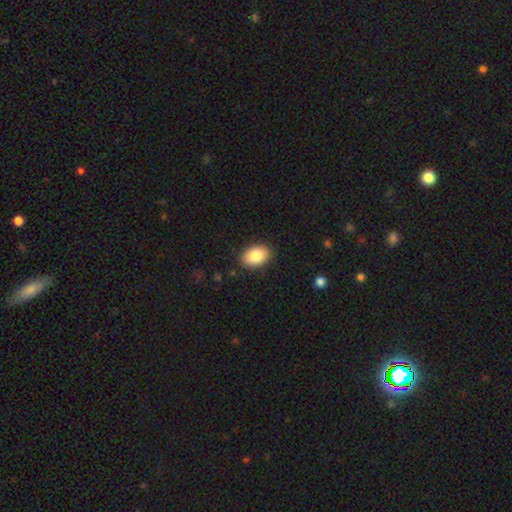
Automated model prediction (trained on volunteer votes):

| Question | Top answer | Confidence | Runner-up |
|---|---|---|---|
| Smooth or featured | smooth | 86% | featured or disk (7%) |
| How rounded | in between | 87% | round (12%) |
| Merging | none | 88% | minor disturbance (9%) |